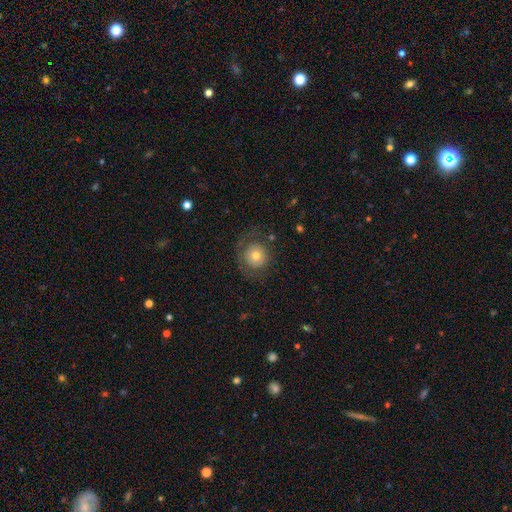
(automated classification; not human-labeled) Smooth or featured?
  - smooth: 64% *
  - featured or disk: 26%
  - star or artifact: 10%
How rounded?
  - round: 90% *
  - in between: 9%
  - cigar-shaped: 1%
Merging?
  - none: 70% *
  - minor disturbance: 15%
  - major disturbance: 13%
  - merger: 2%